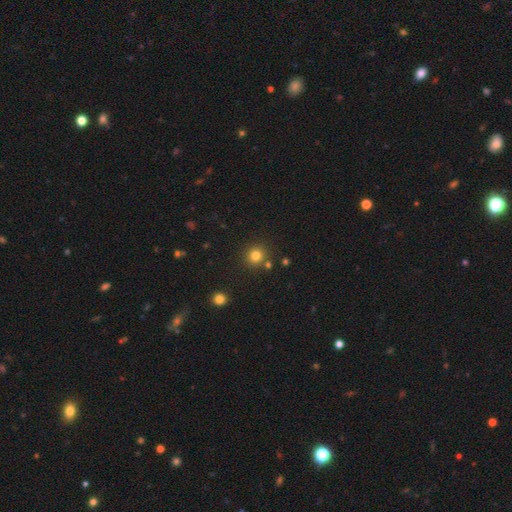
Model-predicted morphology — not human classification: Smooth or featured: smooth — 81% (star or artifact — 14%)
How rounded: round — 92% (in between — 7%)
Merging: none — 84% (minor disturbance — 7%)